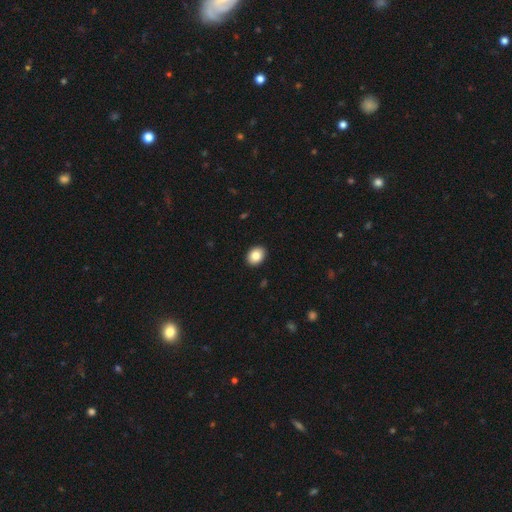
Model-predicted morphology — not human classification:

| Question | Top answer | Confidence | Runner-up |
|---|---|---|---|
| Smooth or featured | smooth | 85% | star or artifact (8%) |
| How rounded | in between | 63% | round (36%) |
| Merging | none | 92% | minor disturbance (6%) |